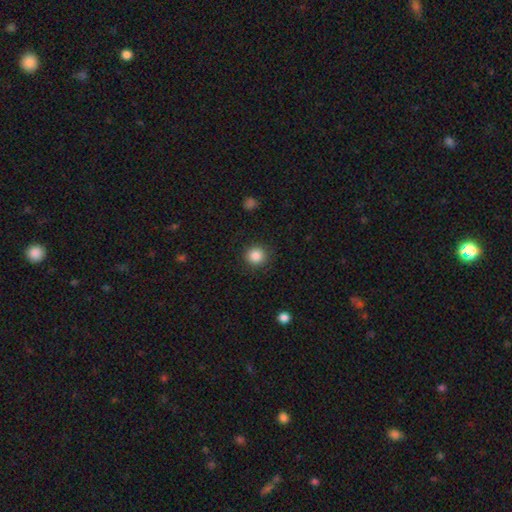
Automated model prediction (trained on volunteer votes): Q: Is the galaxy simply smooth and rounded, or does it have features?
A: smooth — 86%.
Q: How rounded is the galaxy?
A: round — 92%.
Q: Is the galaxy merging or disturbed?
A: none — 89%.